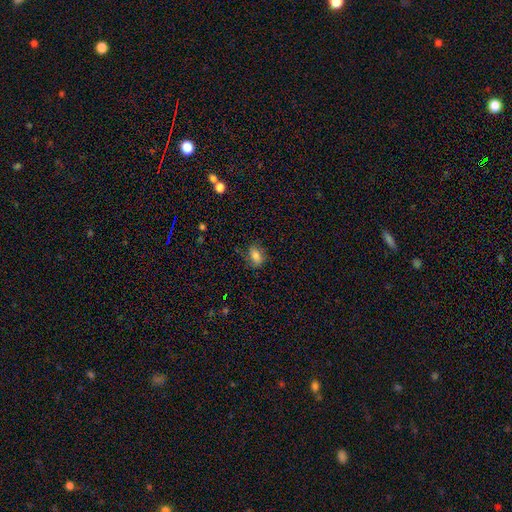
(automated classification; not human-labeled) Smooth or featured: smooth — 80% (star or artifact — 10%)
How rounded: in between — 77% (round — 20%)
Merging: none — 78% (minor disturbance — 16%)